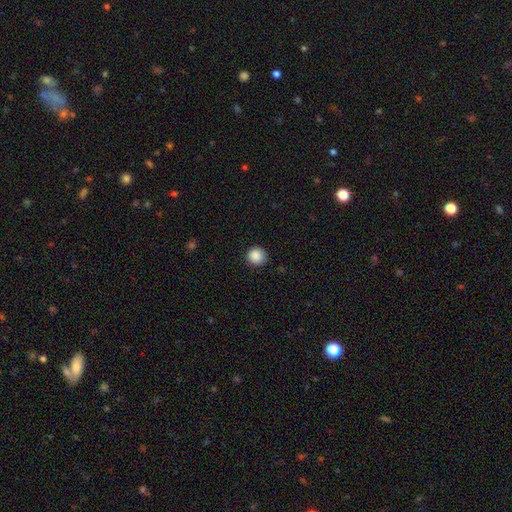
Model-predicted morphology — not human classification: Q: Smooth or featured?
A: smooth (88%); runner-up: star or artifact (9%)
Q: How rounded?
A: round (92%); runner-up: in between (7%)
Q: Merging?
A: none (88%); runner-up: minor disturbance (9%)